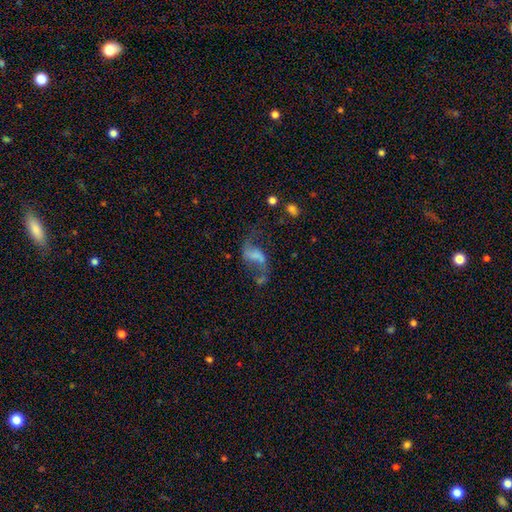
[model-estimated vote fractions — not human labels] Q: Smooth or featured?
A: featured or disk (73%); runner-up: smooth (16%)
Q: Edge-on disk?
A: no (97%); runner-up: yes (3%)
Q: Bar?
A: weak (42%); runner-up: no (36%)
Q: Spiral arms?
A: yes (87%); runner-up: no (13%)
Q: Spiral winding?
A: loose (84%); runner-up: medium (13%)
Q: Spiral arm count?
A: 2 (90%); runner-up: 1 (5%)
Q: Bulge size?
A: none (57%); runner-up: small (16%)
Q: Merging?
A: none (47%); runner-up: major disturbance (26%)